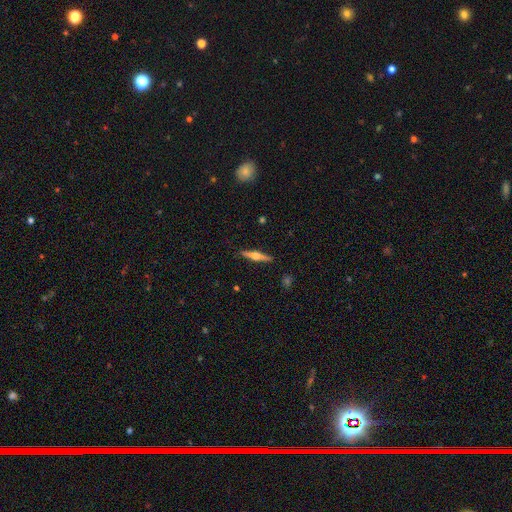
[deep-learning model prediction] This is likely a featured or disk galaxy (66%). It is clearly viewed edge-on (97%). Edge-on bulge: clearly rounded (95%). Merging: clearly none (91%).